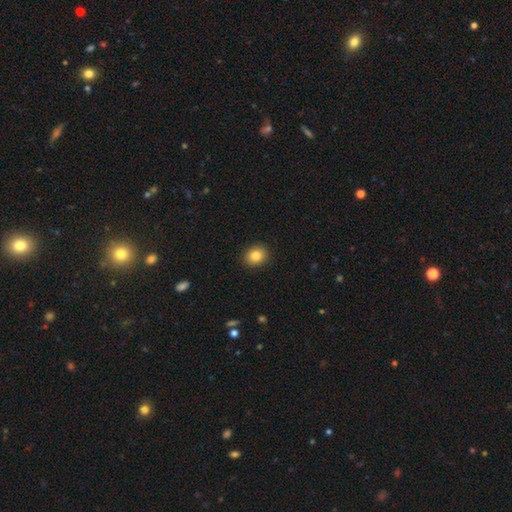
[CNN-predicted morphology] smooth-or-featured: smooth: 83% | star or artifact: 10% | featured or disk: 7%
  how-rounded: round: 67% | in between: 32% | cigar-shaped: 1%
  merging: none: 91% | minor disturbance: 6% | major disturbance: 2% | merger: 1%